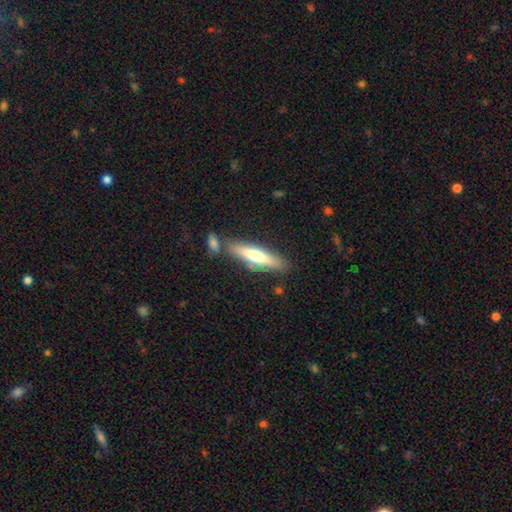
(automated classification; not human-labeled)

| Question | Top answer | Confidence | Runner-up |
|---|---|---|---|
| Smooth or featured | smooth | 60% | featured or disk (34%) |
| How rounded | cigar-shaped | 74% | in between (25%) |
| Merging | none | 74% | minor disturbance (12%) |